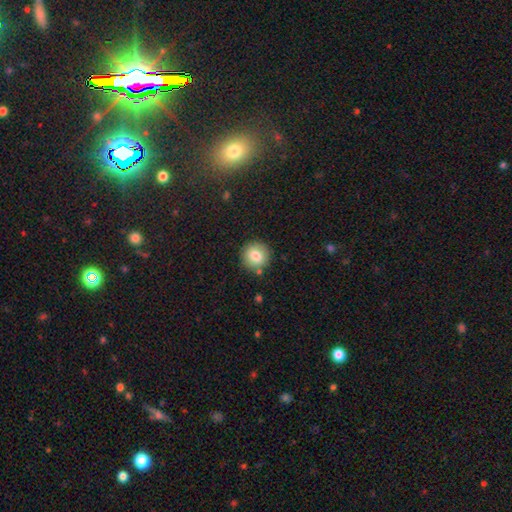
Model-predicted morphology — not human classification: A smooth galaxy with no disk features (81%) that is round (93%).

Vote fractions:
- Smooth or featured? smooth: 81% / featured or disk: 10% / star or artifact: 9%
- How rounded? round: 93% / in between: 6% / cigar-shaped: 1%
- Merging? none: 86% / minor disturbance: 9% / merger: 3% / major disturbance: 2%